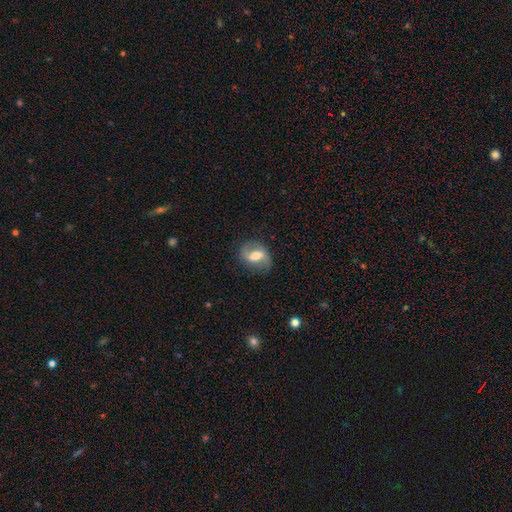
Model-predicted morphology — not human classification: featured or disk 60%, smooth 32%, star or artifact 7%. Down the decision tree: edge-on disk — no (95%); bar — weak (46%); spiral arms — yes (81%); bulge size — moderate (58%); merging — none (77%).